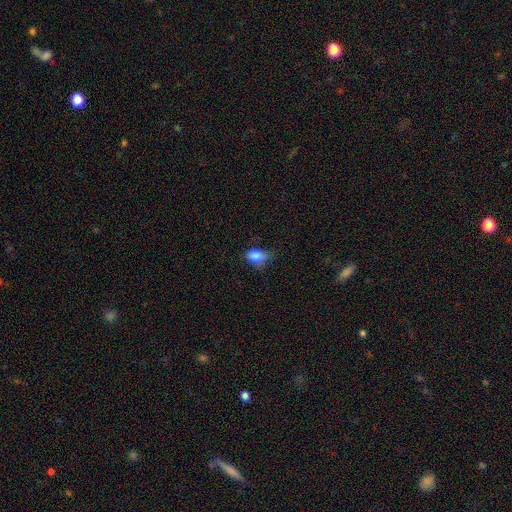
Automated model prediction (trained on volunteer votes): This is clearly a smooth galaxy (84%). How rounded: clearly in between (82%). Merging: marginally none (41%).